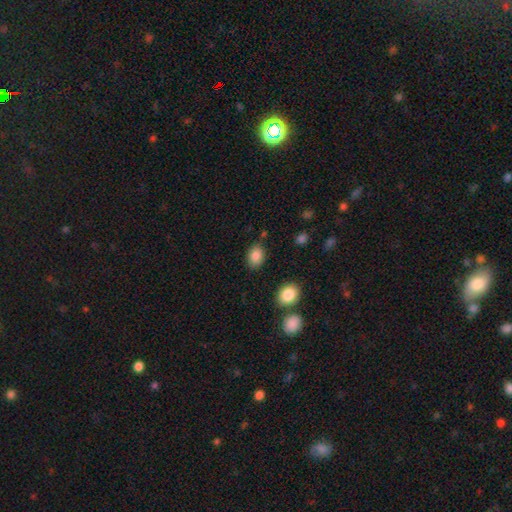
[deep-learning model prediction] Smooth or featured: smooth — 87% (star or artifact — 9%)
How rounded: in between — 73% (round — 26%)
Merging: none — 79% (minor disturbance — 14%)